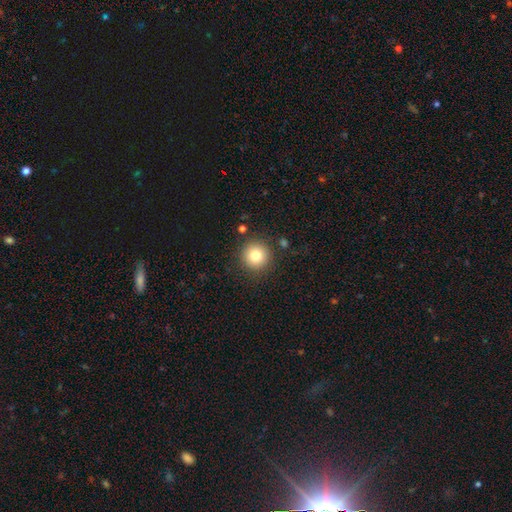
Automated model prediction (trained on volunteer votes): Morphology: type=smooth (80%); roundness=round (95%); merging=none (88%).